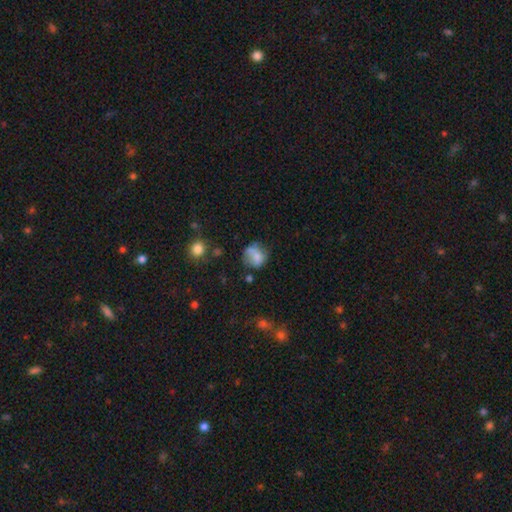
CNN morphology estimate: smooth-or-featured: smooth: 67% | featured or disk: 21% | star or artifact: 11%
  how-rounded: round: 71% | in between: 28% | cigar-shaped: 1%
  merging: none: 46% | minor disturbance: 27% | major disturbance: 15% | merger: 12%